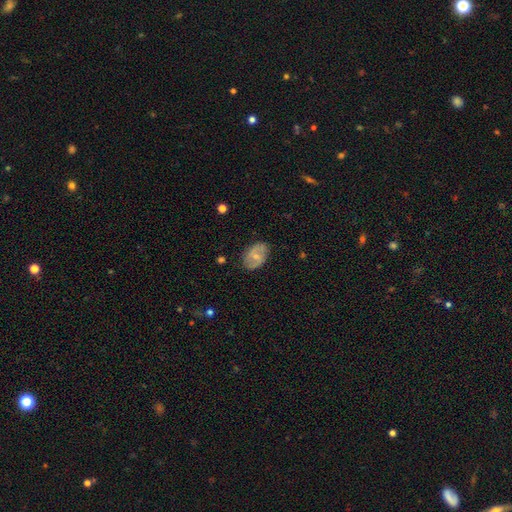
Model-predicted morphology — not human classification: The model was most divided on "smooth or featured": featured or disk: 51%, smooth: 42%, star or artifact: 7%. More confident: edge-on disk — no (95%); merging — none (78%).